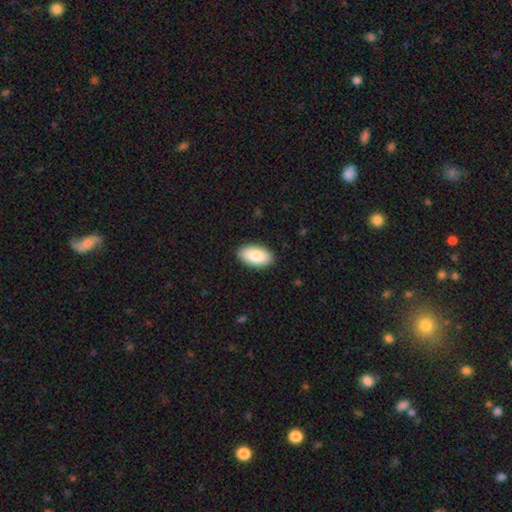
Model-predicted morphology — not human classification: Smooth or featured?
  - smooth: 85% *
  - featured or disk: 9%
  - star or artifact: 6%
How rounded?
  - in between: 95% *
  - round: 3%
  - cigar-shaped: 2%
Merging?
  - none: 90% *
  - minor disturbance: 8%
  - major disturbance: 2%
  - merger: 1%